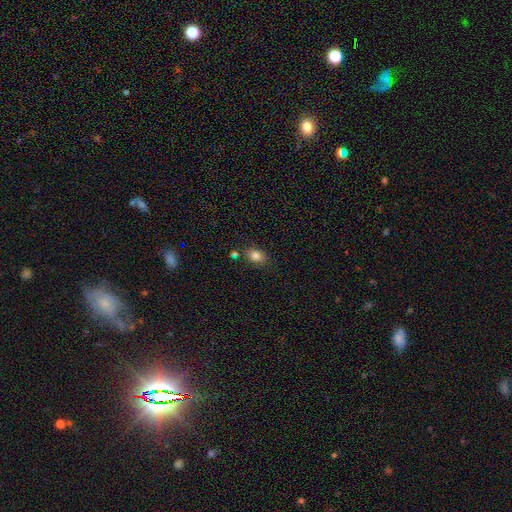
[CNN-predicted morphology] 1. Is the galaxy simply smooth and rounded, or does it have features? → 83% smooth, 11% star or artifact, 7% featured or disk.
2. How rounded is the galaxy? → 71% in between, 28% round, 2% cigar-shaped.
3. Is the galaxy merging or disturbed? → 75% none, 14% minor disturbance, 7% merger, 3% major disturbance.